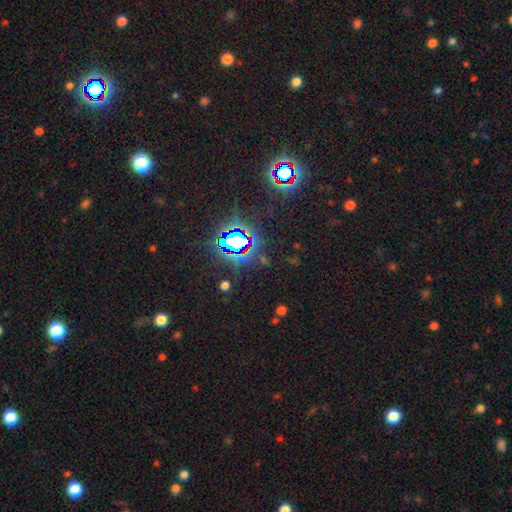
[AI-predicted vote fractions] The model was most divided on "smooth or featured": star or artifact: 82%, smooth: 11%, featured or disk: 7%.